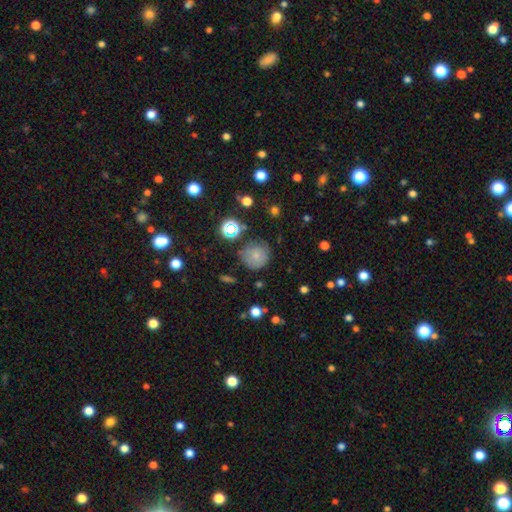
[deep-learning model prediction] Smooth or featured? smooth (70%)
How rounded? round (92%)
Merging? none (70%)